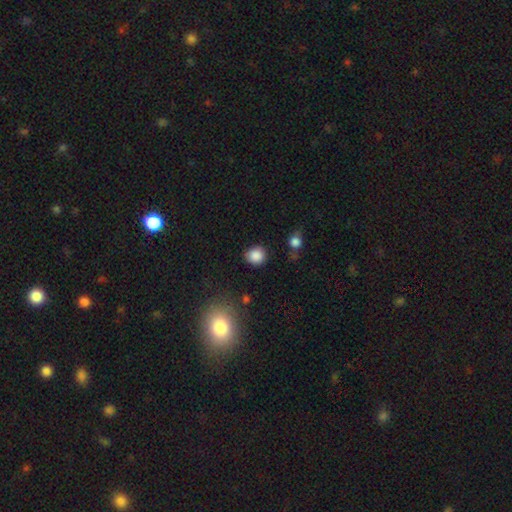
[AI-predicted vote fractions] This is clearly a smooth galaxy (86%). How rounded: clearly round (85%). Merging: clearly none (82%).